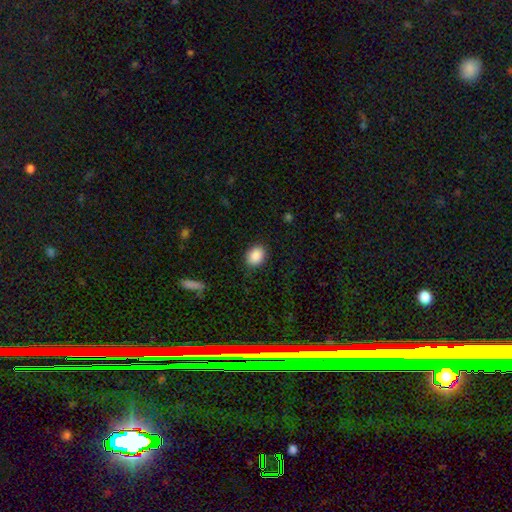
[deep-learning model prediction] Morphology: type=smooth (89%); roundness=in between (60%); merging=none (88%).